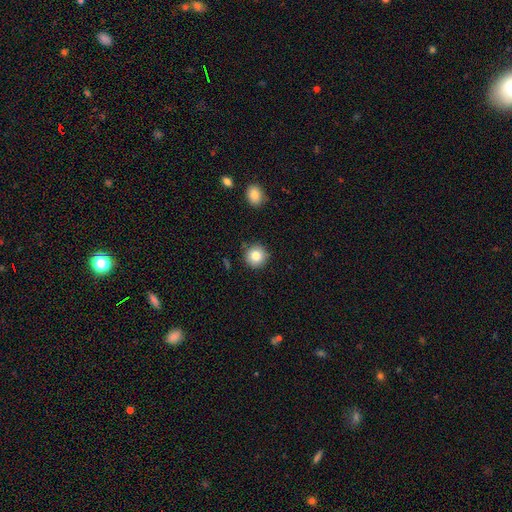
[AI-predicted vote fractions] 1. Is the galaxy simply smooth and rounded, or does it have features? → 82% smooth, 10% star or artifact, 8% featured or disk.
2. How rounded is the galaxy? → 94% round, 5% in between, 1% cigar-shaped.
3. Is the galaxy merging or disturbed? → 88% none, 8% minor disturbance, 2% major disturbance, 2% merger.